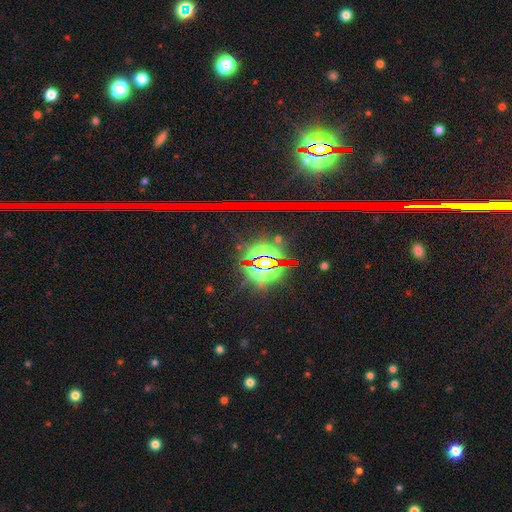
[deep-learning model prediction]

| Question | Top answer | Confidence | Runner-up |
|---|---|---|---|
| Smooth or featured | star or artifact | 81% | smooth (10%) |